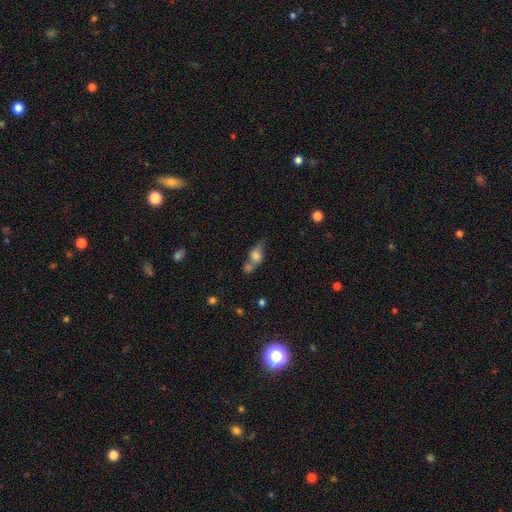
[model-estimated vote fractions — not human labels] This appears to be a smooth galaxy with no disk features (60%) that is in between round and cigar-shaped (64%). Merging: merger (40%).